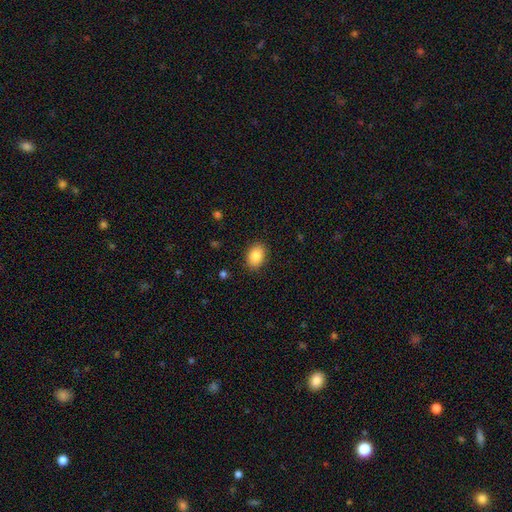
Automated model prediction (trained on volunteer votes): Morphology: type=smooth (87%); roundness=in between (77%); merging=none (87%).